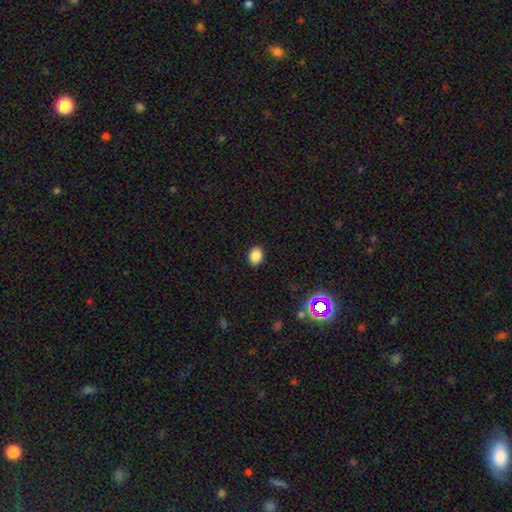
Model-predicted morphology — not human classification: The model was most divided on "how rounded": in between: 59%, round: 40%, cigar-shaped: 1%. More confident: merging — none (90%); smooth or featured — smooth (86%).